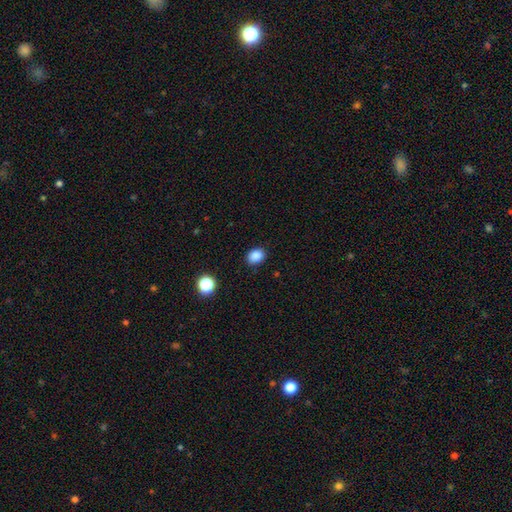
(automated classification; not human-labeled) A smooth galaxy with no disk features (87%) that is in between round and cigar-shaped (60%).

Vote fractions:
- Smooth or featured? smooth: 87% / star or artifact: 10% / featured or disk: 3%
- How rounded? in between: 60% / round: 40% / cigar-shaped: 1%
- Merging? none: 86% / minor disturbance: 10% / major disturbance: 2% / merger: 1%